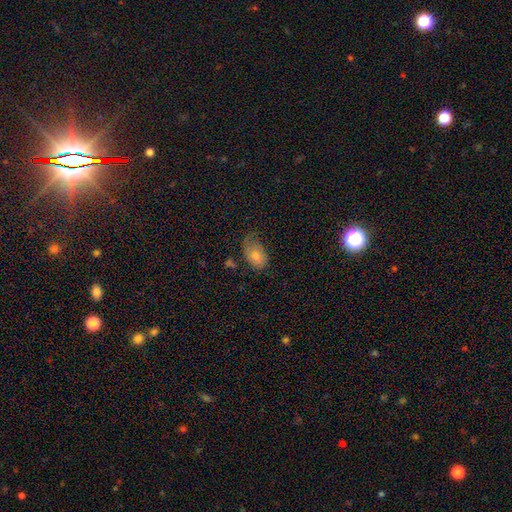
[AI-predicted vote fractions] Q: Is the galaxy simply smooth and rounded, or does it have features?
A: smooth — 66%.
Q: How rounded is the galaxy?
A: in between — 86%.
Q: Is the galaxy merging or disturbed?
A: none — 42%.